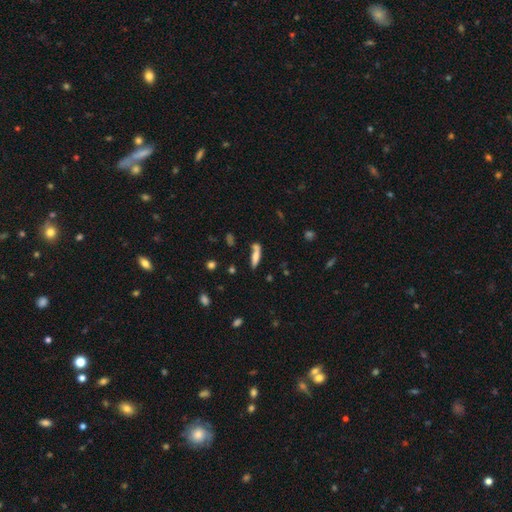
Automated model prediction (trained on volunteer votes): This appears to be a smooth galaxy with no disk features (68%) that is cigar-shaped (68%). Merging: none (58%).